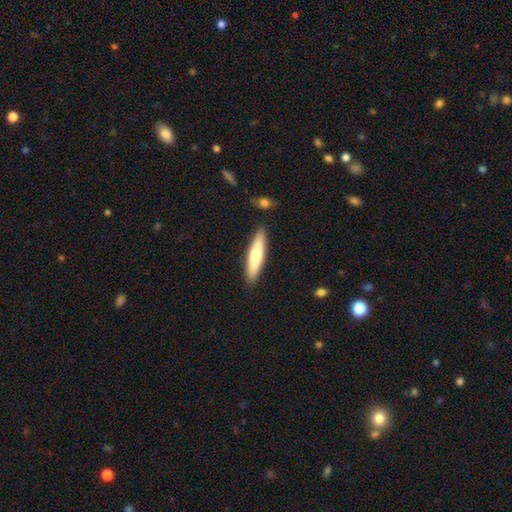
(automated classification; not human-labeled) smooth 70%, featured or disk 25%, star or artifact 5%. Down the decision tree: how rounded — cigar-shaped (79%); merging — none (88%).